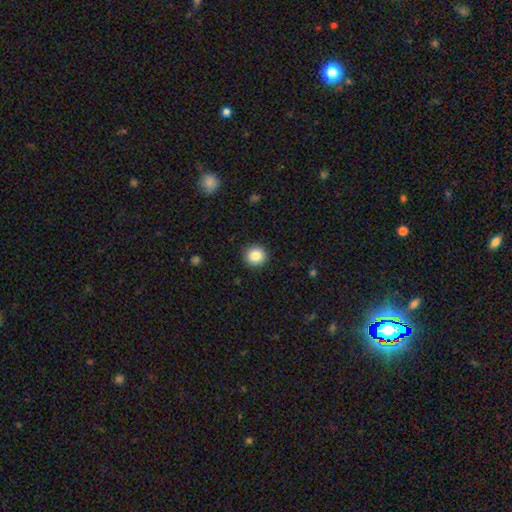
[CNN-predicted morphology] smooth 85%, star or artifact 9%, featured or disk 6%. Down the decision tree: how rounded — round (94%); merging — none (91%).